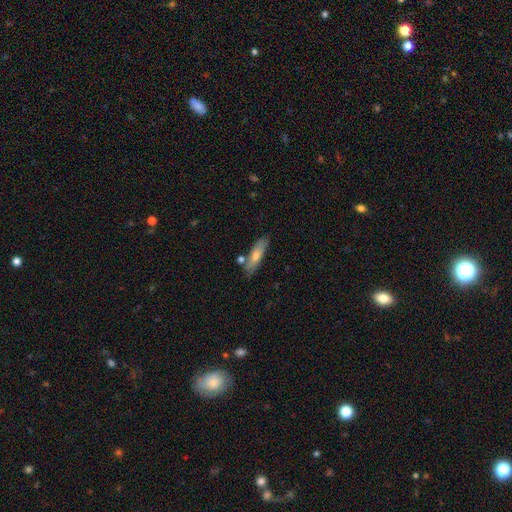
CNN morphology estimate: This appears to be a smooth galaxy with no disk features (62%) that is cigar-shaped (66%). Merging: none (74%).